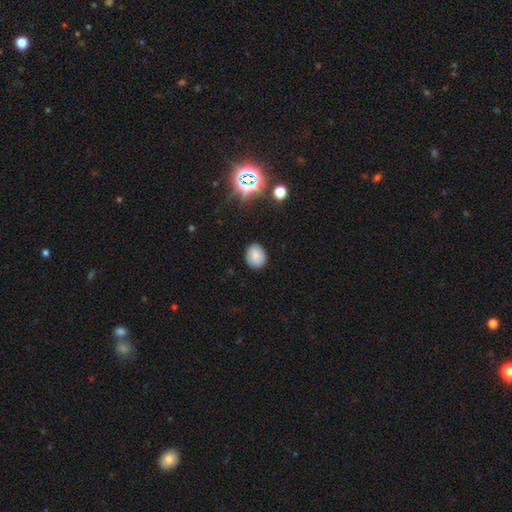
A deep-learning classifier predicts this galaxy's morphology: smooth 82%, star or artifact 12%, featured or disk 6%. Down the decision tree: how rounded — round (50%); merging — none (86%).